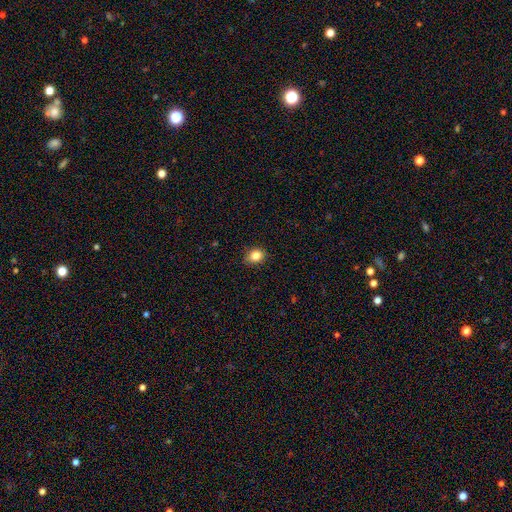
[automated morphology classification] Smooth or featured? smooth (84%)
How rounded? round (52%)
Merging? none (84%)